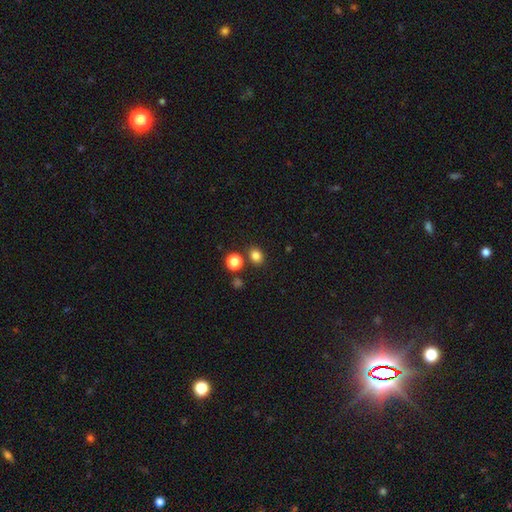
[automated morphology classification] Smooth or featured? smooth (82%)
How rounded? round (63%)
Merging? none (81%)